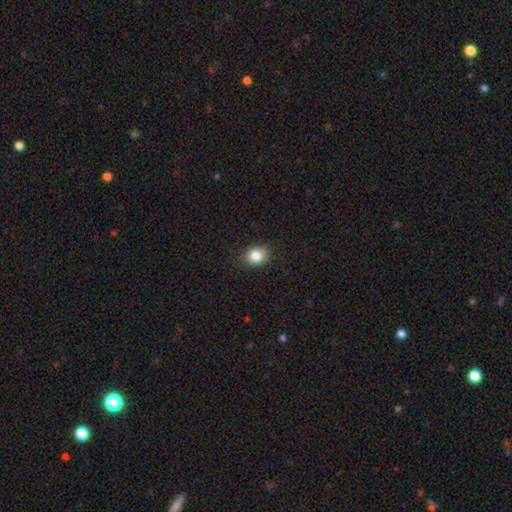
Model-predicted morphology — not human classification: This is clearly a smooth galaxy (82%). How rounded: likely round (61%). Merging: clearly none (84%).